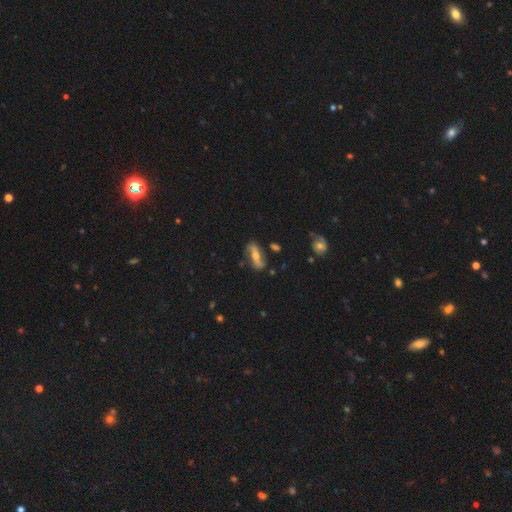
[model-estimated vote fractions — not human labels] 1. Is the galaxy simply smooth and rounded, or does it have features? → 67% featured or disk, 25% smooth, 8% star or artifact.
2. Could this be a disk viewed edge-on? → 77% no, 23% yes.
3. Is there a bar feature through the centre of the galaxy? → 42% strong, 33% no, 25% weak.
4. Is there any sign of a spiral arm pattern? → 81% yes, 19% no.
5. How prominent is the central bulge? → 62% moderate, 31% small, 4% large, 2% none, 1% dominant.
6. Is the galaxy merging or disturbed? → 76% none, 16% minor disturbance, 5% major disturbance, 3% merger.